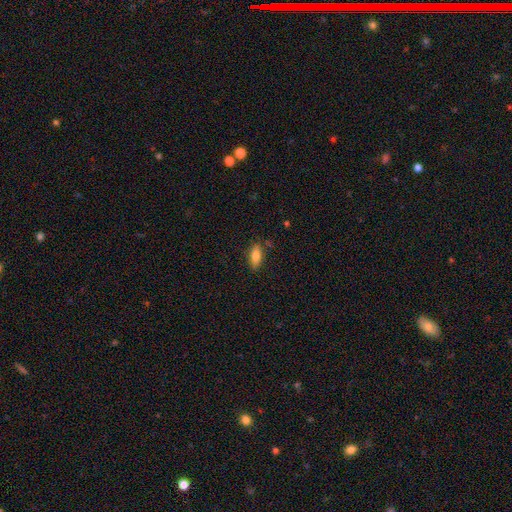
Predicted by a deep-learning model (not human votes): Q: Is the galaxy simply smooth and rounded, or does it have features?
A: smooth — 77%.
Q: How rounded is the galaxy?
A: in between — 75%.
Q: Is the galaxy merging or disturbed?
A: none — 82%.